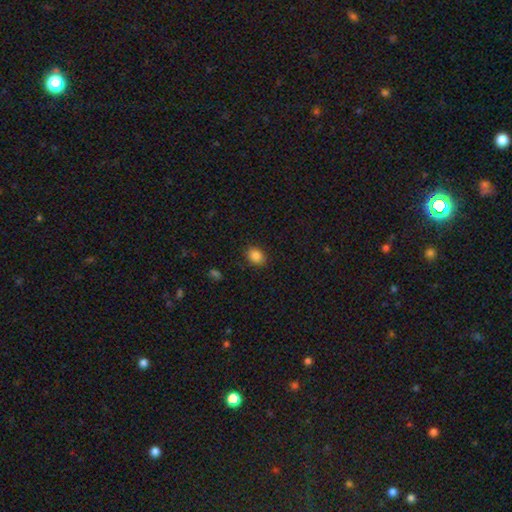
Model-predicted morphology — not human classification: This appears to be a smooth galaxy with no disk features (86%) that is in between round and cigar-shaped (64%). Merging: none (87%).